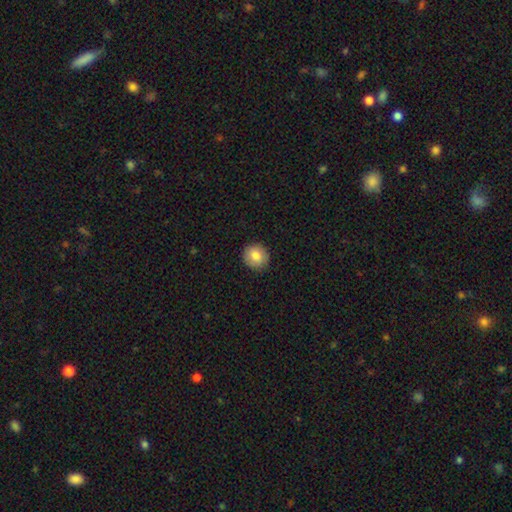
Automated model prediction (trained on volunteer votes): Smooth or featured? smooth (82%)
How rounded? round (89%)
Merging? none (90%)